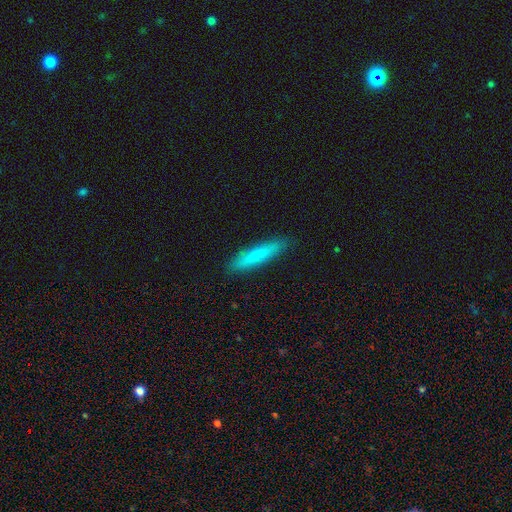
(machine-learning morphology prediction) Smooth or featured? Predicted: smooth (p=0.73). How rounded? Predicted: cigar-shaped (p=0.86). Merging? Predicted: none (p=0.88).